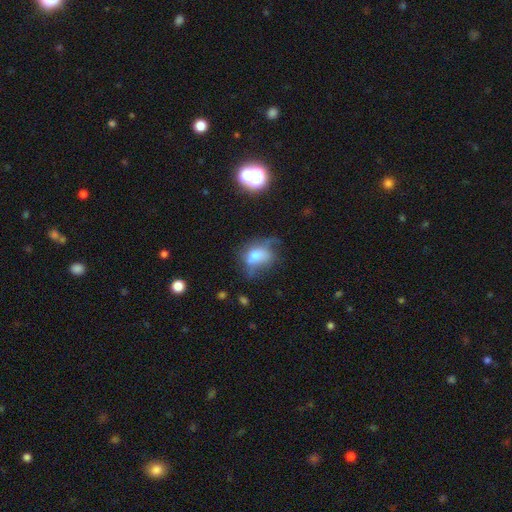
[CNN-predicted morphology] This is possibly a smooth galaxy (56%). How rounded: likely in between (66%). Merging: marginally major disturbance (36%).